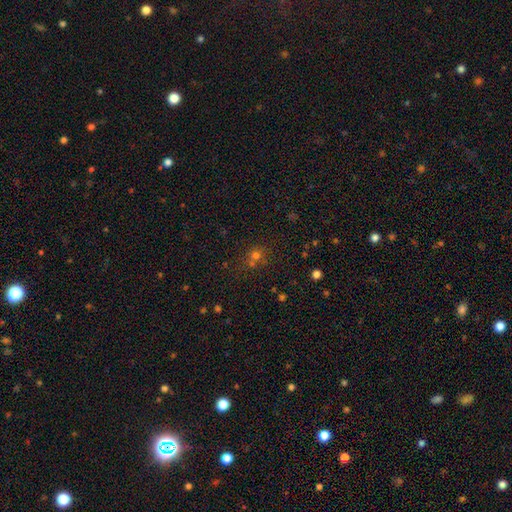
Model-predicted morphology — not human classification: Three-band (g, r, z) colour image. It shows a smooth galaxy with no disk features (57%) that is round (86%). Merging: none (62%).